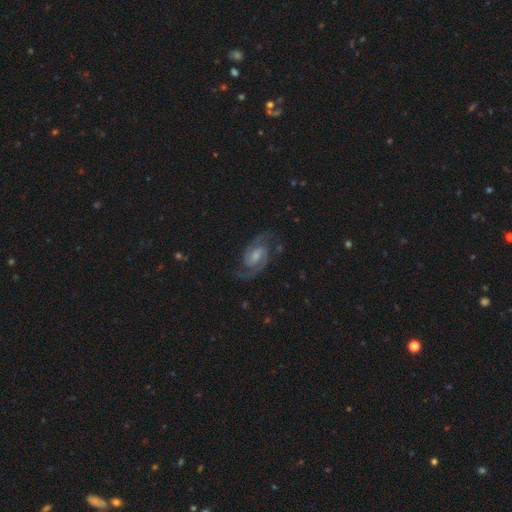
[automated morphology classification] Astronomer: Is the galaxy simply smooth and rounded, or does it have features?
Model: featured or disk — 91%.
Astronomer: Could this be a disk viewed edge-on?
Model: no — 98%.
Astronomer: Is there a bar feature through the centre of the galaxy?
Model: weak — 50% (runner-up: no, 35%).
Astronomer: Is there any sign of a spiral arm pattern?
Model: yes — 98%.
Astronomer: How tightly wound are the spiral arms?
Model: medium — 60%.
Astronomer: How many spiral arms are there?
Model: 2 — 93%.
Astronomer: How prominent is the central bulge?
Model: small — 43% (runner-up: moderate, 38%).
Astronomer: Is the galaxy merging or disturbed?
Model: none — 80%.